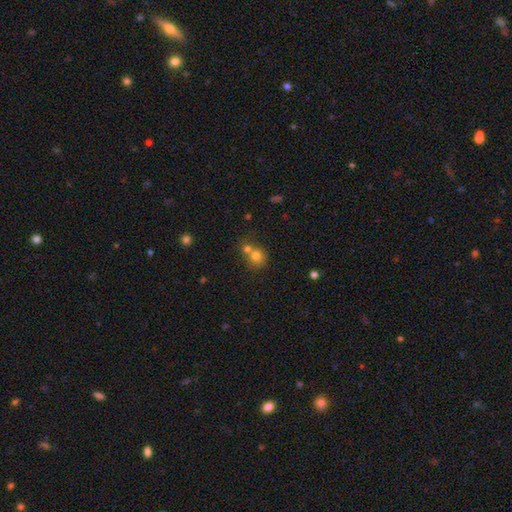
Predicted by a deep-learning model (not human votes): This appears to be a smooth galaxy with no disk features (74%) that is round (81%). Merging: merger (51%).